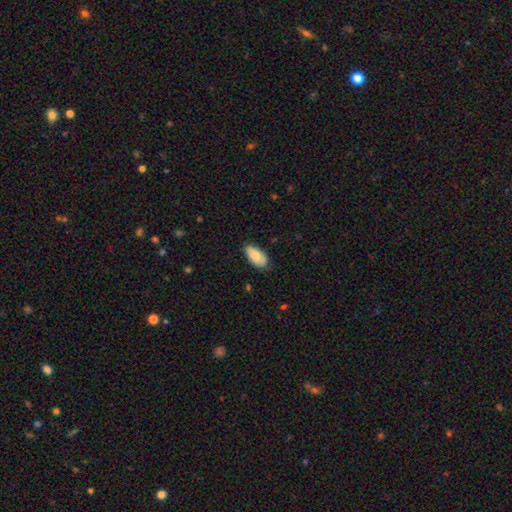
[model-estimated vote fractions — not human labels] Overall: smooth (76%). How rounded: in between (94%). Merging: none (77%).